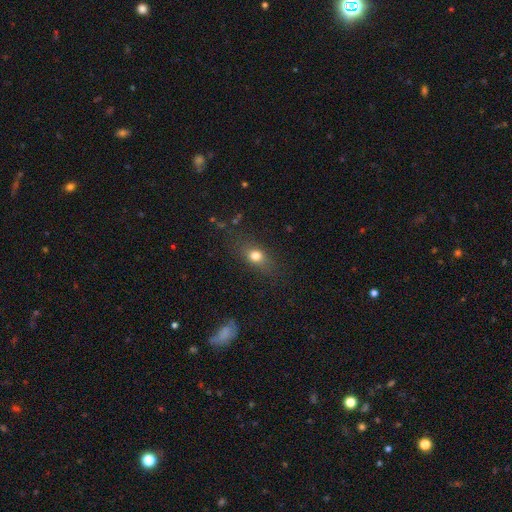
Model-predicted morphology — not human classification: This appears to be a smooth galaxy with no disk features (73%) that is in between round and cigar-shaped (58%). Merging: none (78%).